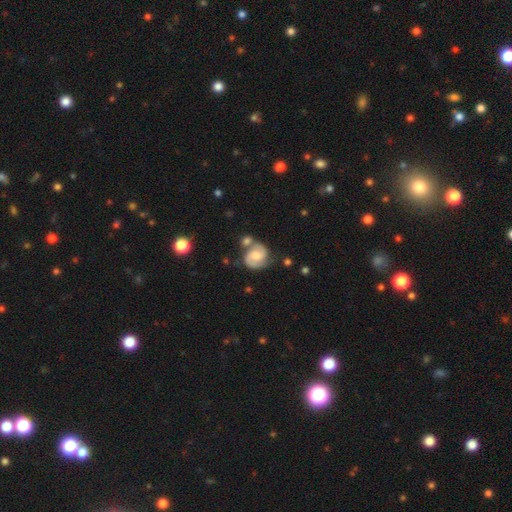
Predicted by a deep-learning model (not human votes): A featured or disk galaxy (77%) with no bar (50%), 2 (88%) medium (51%) spiral arms (95%) and a moderate central bulge (50%).

Vote fractions:
- Smooth or featured? featured or disk: 77% / smooth: 17% / star or artifact: 6%
- Edge-on disk? no: 98% / yes: 2%
- Bar? no: 50% / weak: 41% / strong: 9%
- Spiral arms? yes: 95% / no: 5%
- Spiral winding? medium: 51% / tight: 34% / loose: 15%
- Spiral arm count? 2: 88% / can't tell: 5% / 1: 3% / 3: 1% / 4: 1% / more than 4: 1%
- Bulge size? moderate: 50% / small: 30% / none: 10% / large: 9% / dominant: 2%
- Merging? none: 55% / merger: 23% / minor disturbance: 16% / major disturbance: 6%